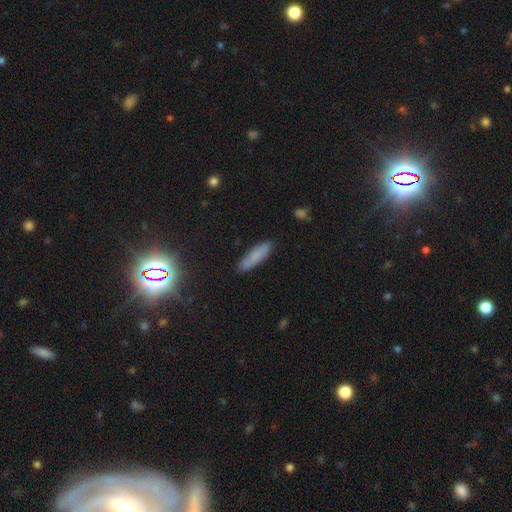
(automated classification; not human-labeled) Smooth or featured? smooth (75%)
How rounded? cigar-shaped (67%)
Merging? none (84%)